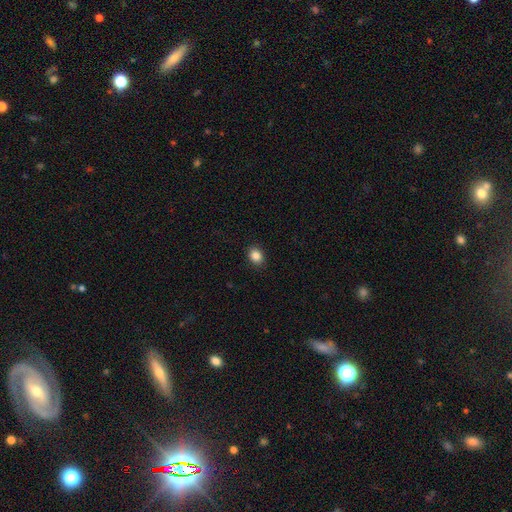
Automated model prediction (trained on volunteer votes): smooth_or_featured: smooth (p=0.86) [alt: star or artifact p=0.10]
how_rounded: in between (p=0.51) [alt: round p=0.48]
merging: none (p=0.90) [alt: minor disturbance p=0.07]